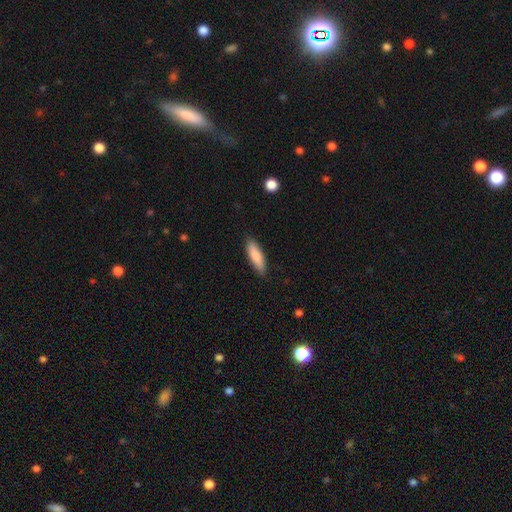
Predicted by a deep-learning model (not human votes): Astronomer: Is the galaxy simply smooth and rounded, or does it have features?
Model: smooth — 84%.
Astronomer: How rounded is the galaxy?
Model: cigar-shaped — 58% (runner-up: in between, 40%).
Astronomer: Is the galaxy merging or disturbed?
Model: none — 87%.